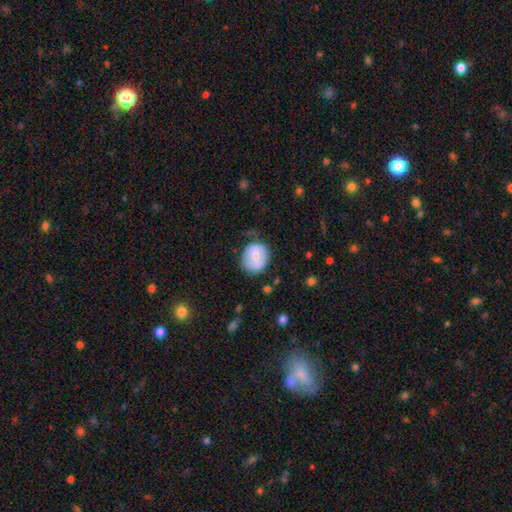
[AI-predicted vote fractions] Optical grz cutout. It shows a smooth galaxy with no disk features (61%) that is round (77%). Merging: none (60%).